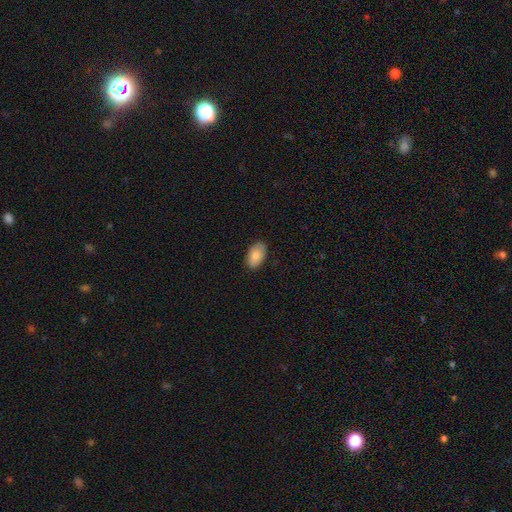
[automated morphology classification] A smooth galaxy with no disk features (85%) that is in between round and cigar-shaped (94%). Merging: none (86%).